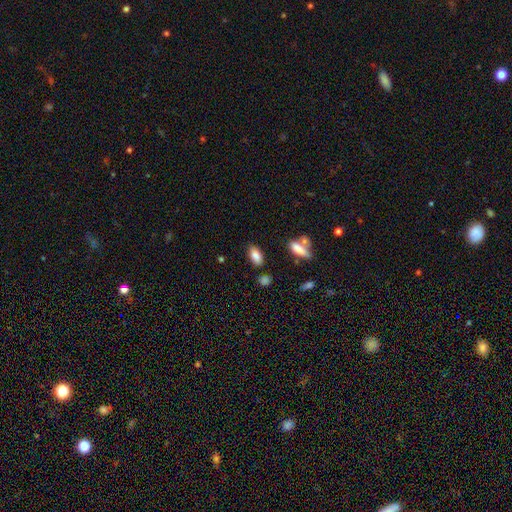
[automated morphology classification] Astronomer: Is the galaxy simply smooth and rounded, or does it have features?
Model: smooth — 84%.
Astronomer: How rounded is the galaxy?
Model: in between — 87%.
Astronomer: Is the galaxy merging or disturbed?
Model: none — 76%.